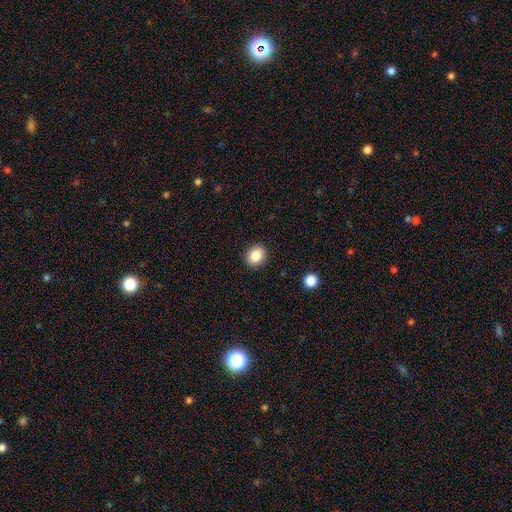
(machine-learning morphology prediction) A smooth galaxy with no disk features (85%) that is round (65%).

Vote fractions:
- Smooth or featured? smooth: 85% / star or artifact: 10% / featured or disk: 6%
- How rounded? round: 65% / in between: 34% / cigar-shaped: 1%
- Merging? none: 90% / minor disturbance: 7% / major disturbance: 2% / merger: 1%